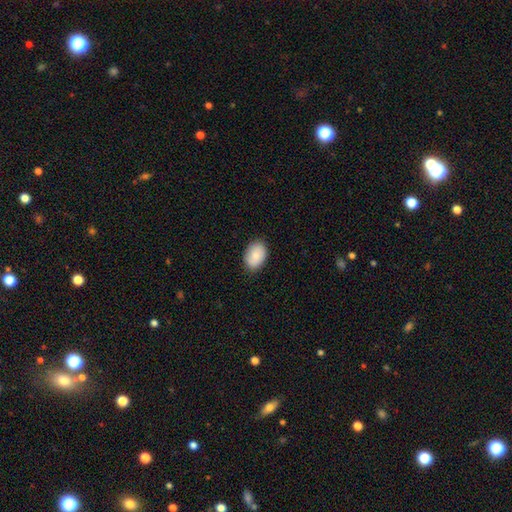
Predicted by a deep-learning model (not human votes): smooth_or_featured: smooth (p=0.81) [alt: featured or disk p=0.13]
how_rounded: in between (p=0.82) [alt: round p=0.17]
merging: none (p=0.86) [alt: minor disturbance p=0.11]